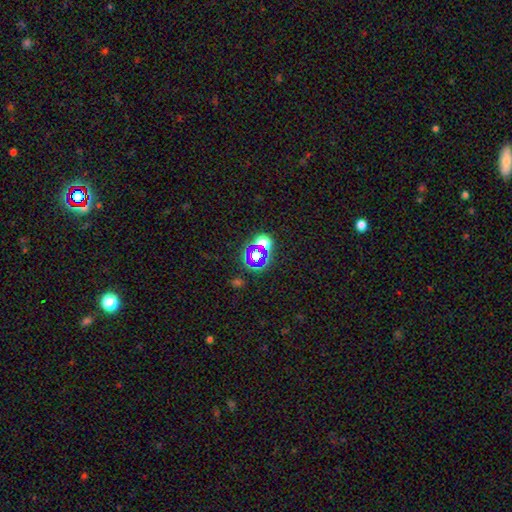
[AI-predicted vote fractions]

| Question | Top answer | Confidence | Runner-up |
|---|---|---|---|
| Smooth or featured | star or artifact | 58% | smooth (30%) |